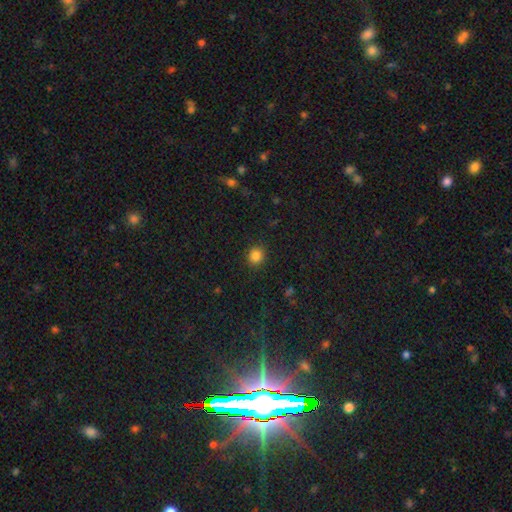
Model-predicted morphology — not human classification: The model was most divided on "how rounded": round: 85%, in between: 14%, cigar-shaped: 1%. More confident: merging — none (90%); smooth or featured — smooth (84%).